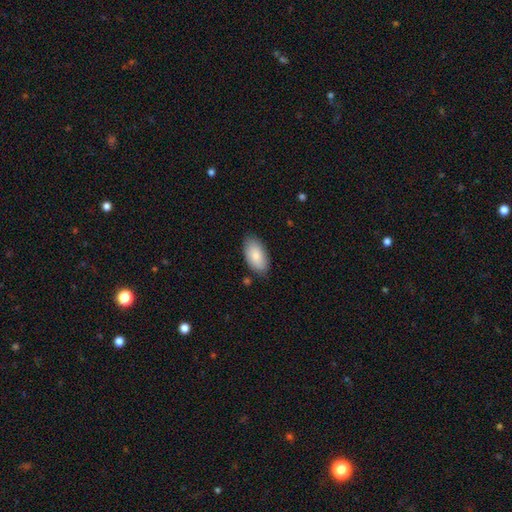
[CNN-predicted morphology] smooth 83%, featured or disk 11%, star or artifact 6%. Down the decision tree: how rounded — in between (95%); merging — none (82%).